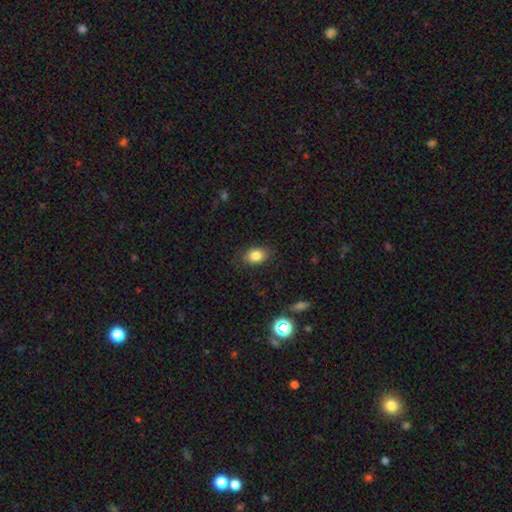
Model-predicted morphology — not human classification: Smooth or featured?
  - smooth: 82% *
  - star or artifact: 10%
  - featured or disk: 8%
How rounded?
  - in between: 73% *
  - round: 26%
  - cigar-shaped: 1%
Merging?
  - none: 83% *
  - minor disturbance: 13%
  - major disturbance: 3%
  - merger: 1%